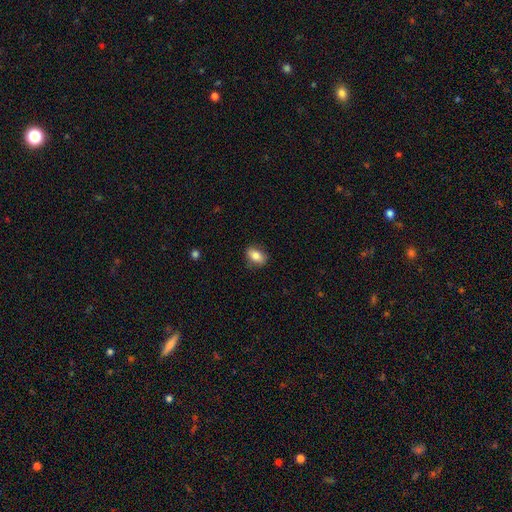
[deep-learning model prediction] This is clearly a smooth galaxy (82%). How rounded: clearly in between (84%). Merging: clearly none (84%).